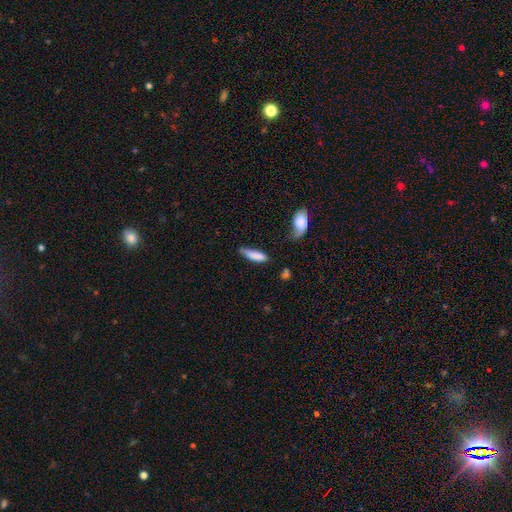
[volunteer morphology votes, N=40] Smooth or featured: smooth — 90% (featured or disk — 5%)
How rounded: cigar-shaped — 69% (in between — 31%)
Merging: none — 53% (minor disturbance — 39%)